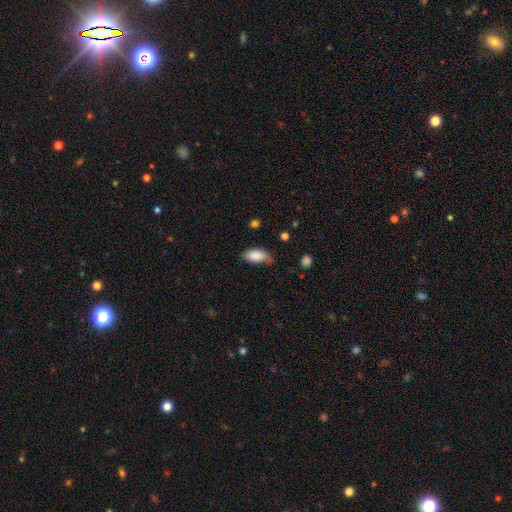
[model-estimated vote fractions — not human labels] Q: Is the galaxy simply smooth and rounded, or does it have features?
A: smooth — 87%.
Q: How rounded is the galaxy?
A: in between — 90%.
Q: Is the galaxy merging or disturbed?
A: none — 63%.